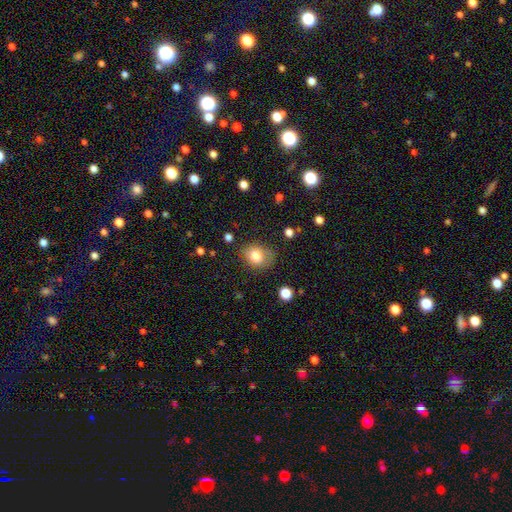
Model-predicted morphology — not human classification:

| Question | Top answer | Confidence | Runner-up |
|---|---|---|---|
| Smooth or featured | smooth | 80% | featured or disk (10%) |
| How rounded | round | 50% | in between (49%) |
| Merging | none | 68% | minor disturbance (22%) |